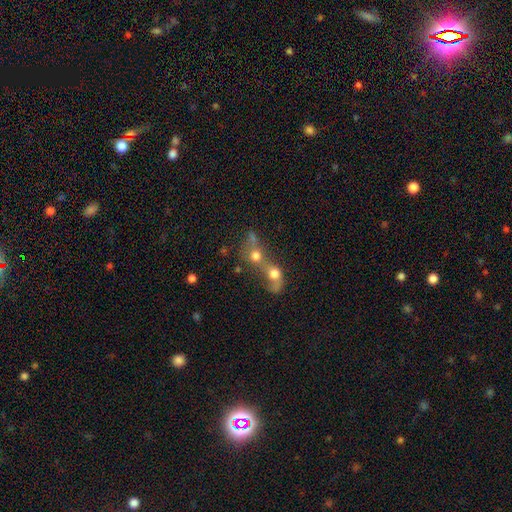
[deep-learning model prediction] Smooth or featured: smooth — 62% (featured or disk — 24%)
How rounded: round — 71% (in between — 27%)
Merging: merger — 75% (none — 14%)